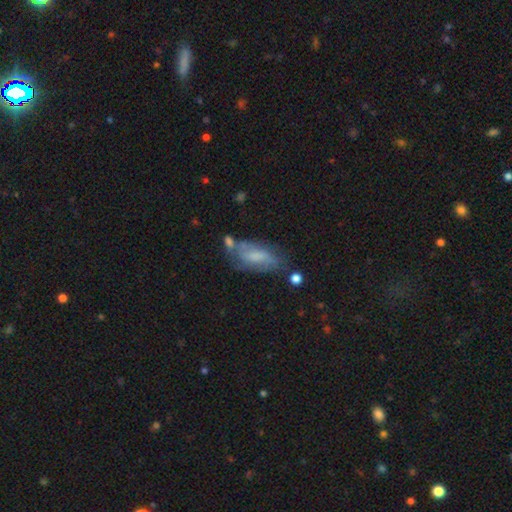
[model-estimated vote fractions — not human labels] featured or disk 46%, smooth 45%, star or artifact 9%. Down the decision tree: merging — none (51%).